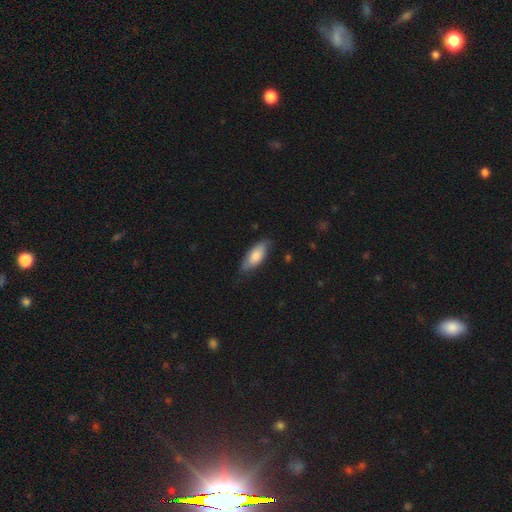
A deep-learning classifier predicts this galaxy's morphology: This is likely a smooth galaxy (76%). How rounded: clearly in between (81%). Merging: likely none (72%).